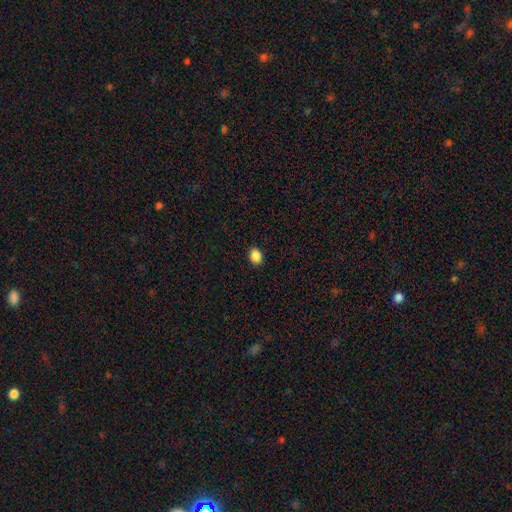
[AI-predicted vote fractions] Smooth or featured? smooth (87%)
How rounded? in between (53%)
Merging? none (89%)